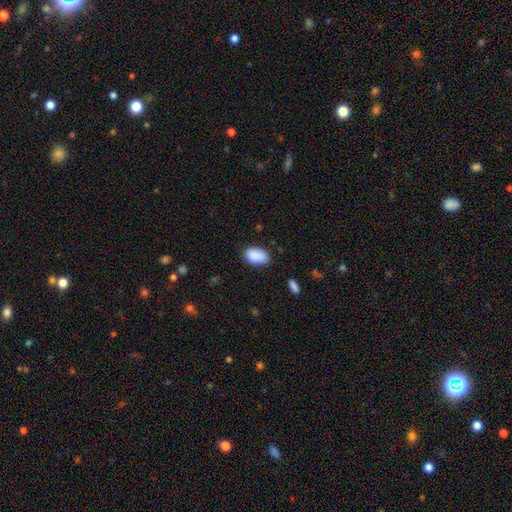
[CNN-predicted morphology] Smooth or featured? smooth (90%)
How rounded? in between (93%)
Merging? none (79%)